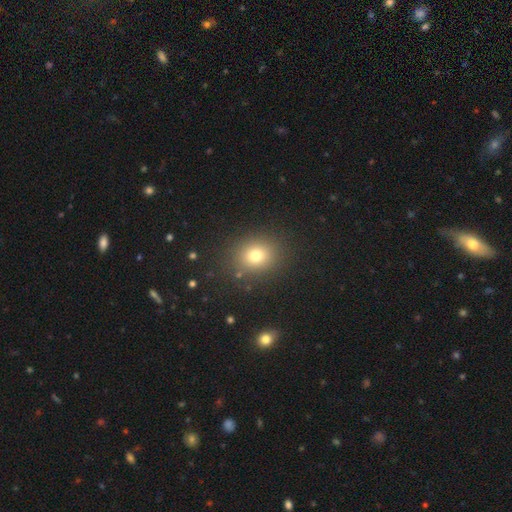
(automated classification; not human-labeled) Morphology: type=smooth (76%); roundness=round (67%); merging=none (87%).